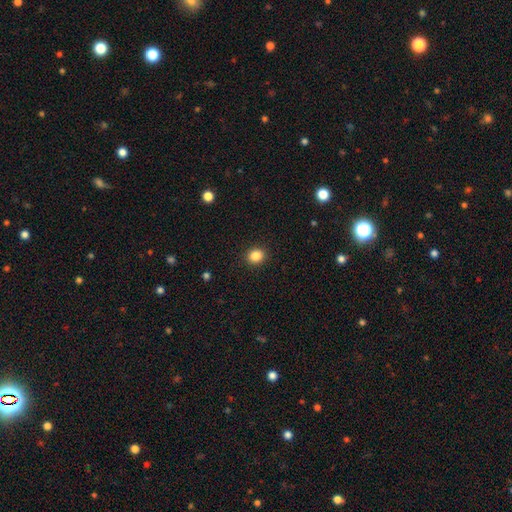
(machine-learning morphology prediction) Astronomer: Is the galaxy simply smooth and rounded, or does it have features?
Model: smooth — 85%.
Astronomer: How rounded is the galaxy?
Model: round — 73%.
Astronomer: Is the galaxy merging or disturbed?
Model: none — 91%.